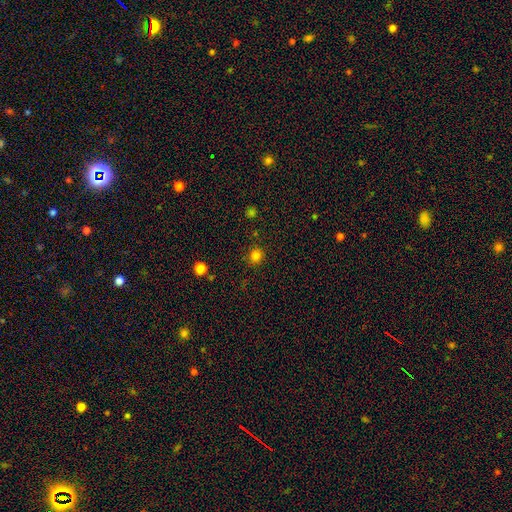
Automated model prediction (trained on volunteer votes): smooth 81%, star or artifact 15%, featured or disk 4%. Down the decision tree: how rounded — round (86%); merging — none (87%).